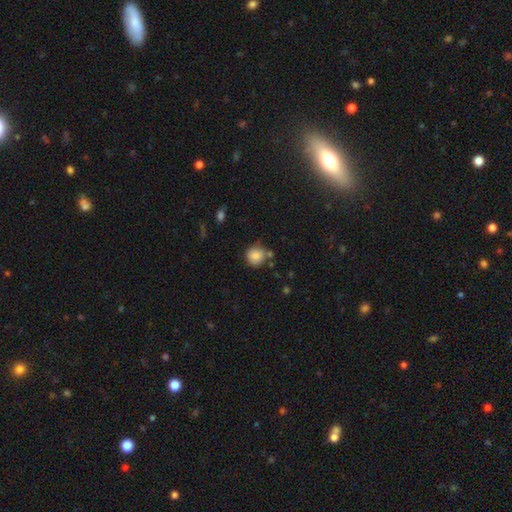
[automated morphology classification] A smooth galaxy with no disk features (84%) that is round (89%). Merging: none (70%).